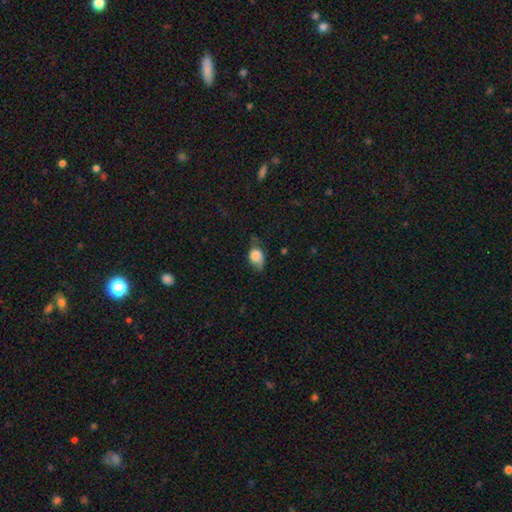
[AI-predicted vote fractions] Smooth or featured: smooth — 75% (featured or disk — 17%)
How rounded: in between — 79% (round — 20%)
Merging: minor disturbance — 39% (tied with none — 39%)